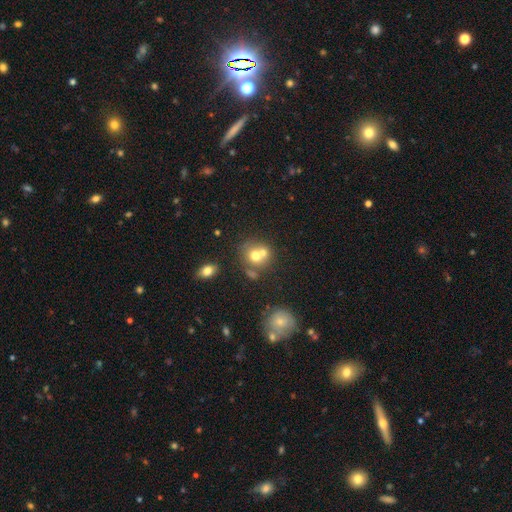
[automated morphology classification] smooth 67%, featured or disk 21%, star or artifact 12%. Down the decision tree: how rounded — round (78%); merging — merger (49%).